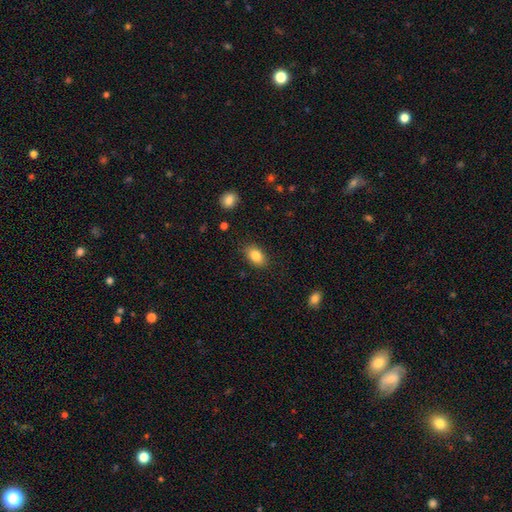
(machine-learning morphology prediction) This appears to be a smooth galaxy with no disk features (84%) that is in between round and cigar-shaped (87%). Merging: none (86%).